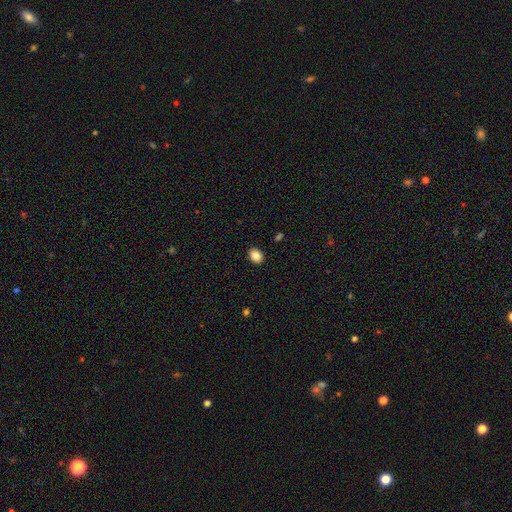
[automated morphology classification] A smooth galaxy with no disk features (85%) that is in between round and cigar-shaped (55%). Merging: none (90%).